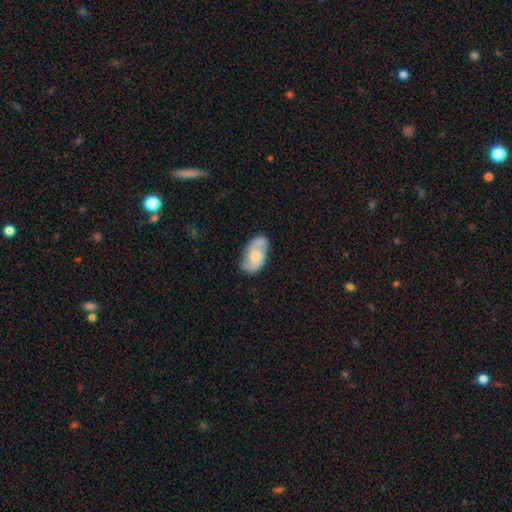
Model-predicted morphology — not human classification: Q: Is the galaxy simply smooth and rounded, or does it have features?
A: featured or disk — 59%.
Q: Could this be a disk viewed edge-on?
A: no — 96%.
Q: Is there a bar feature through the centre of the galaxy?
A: no — 67%.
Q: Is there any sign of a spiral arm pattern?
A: yes — 86%.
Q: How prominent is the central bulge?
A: moderate — 41%.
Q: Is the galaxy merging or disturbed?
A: none — 69%.